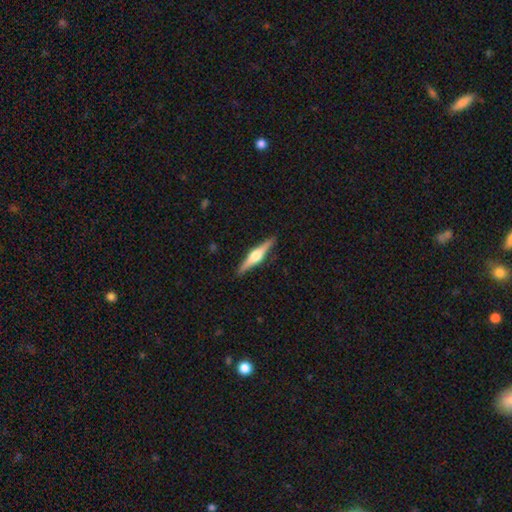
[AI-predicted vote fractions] smooth-or-featured: featured or disk: 75% | smooth: 20% | star or artifact: 5%
  disk-edge-on: yes: 98% | no: 2%
    edge-on-bulge: rounded: 93% | boxy: 5% | none: 2%
  merging: none: 91% | minor disturbance: 7% | major disturbance: 1% | merger: 1%